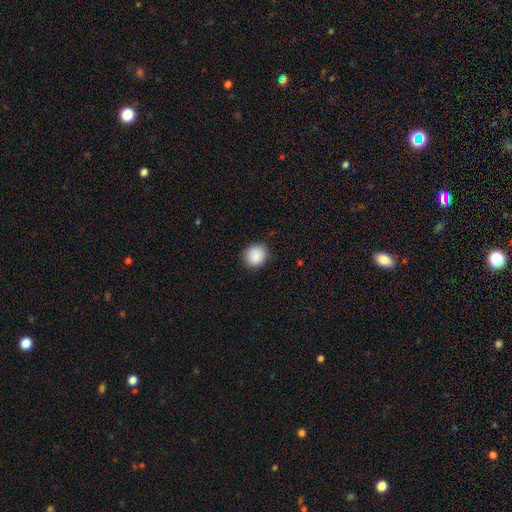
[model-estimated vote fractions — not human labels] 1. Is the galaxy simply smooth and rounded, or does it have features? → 89% smooth, 8% star or artifact, 3% featured or disk.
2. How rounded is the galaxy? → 87% round, 12% in between, 1% cigar-shaped.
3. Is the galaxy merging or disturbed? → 88% none, 9% minor disturbance, 2% major disturbance, 1% merger.